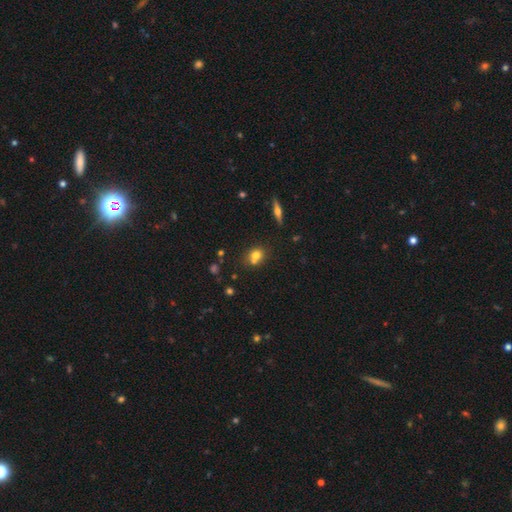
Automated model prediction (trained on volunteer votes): smooth-or-featured: smooth: 69% | featured or disk: 17% | star or artifact: 14%
  how-rounded: round: 64% | in between: 34% | cigar-shaped: 2%
  merging: none: 47% | merger: 38% | minor disturbance: 11% | major disturbance: 4%